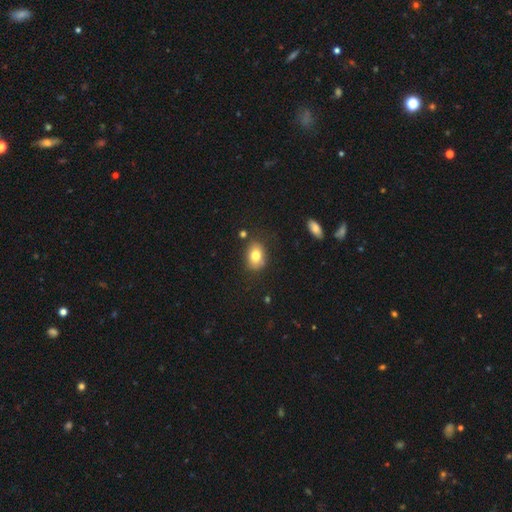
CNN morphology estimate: A smooth galaxy with no disk features (79%) that is in between round and cigar-shaped (74%). Merging: none (77%).